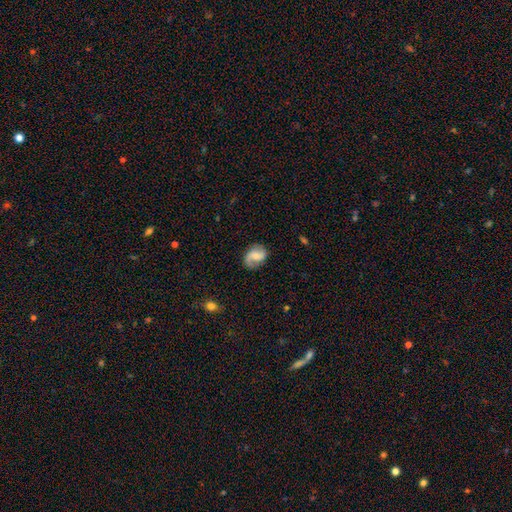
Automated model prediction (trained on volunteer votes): Smooth or featured? featured or disk (70%)
Edge-on disk? no (98%)
Bar? no (45%)
Spiral arms? yes (95%)
Spiral winding? loose (44%)
Spiral arm count? 2 (84%)
Bulge size? small (39%)
Merging? none (75%)